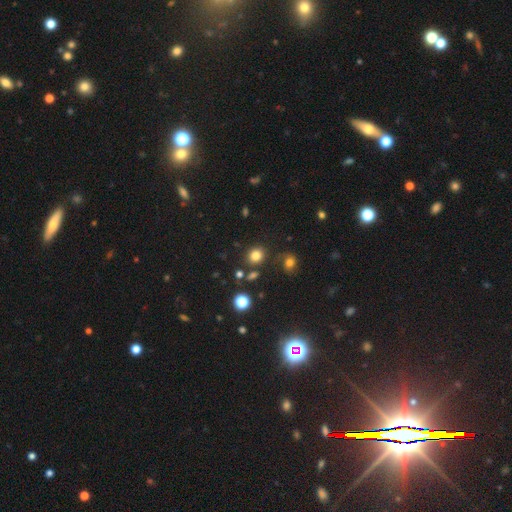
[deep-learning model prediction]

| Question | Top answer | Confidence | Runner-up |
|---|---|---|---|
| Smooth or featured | smooth | 80% | star or artifact (15%) |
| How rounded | round | 82% | in between (17%) |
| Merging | none | 80% | minor disturbance (9%) |